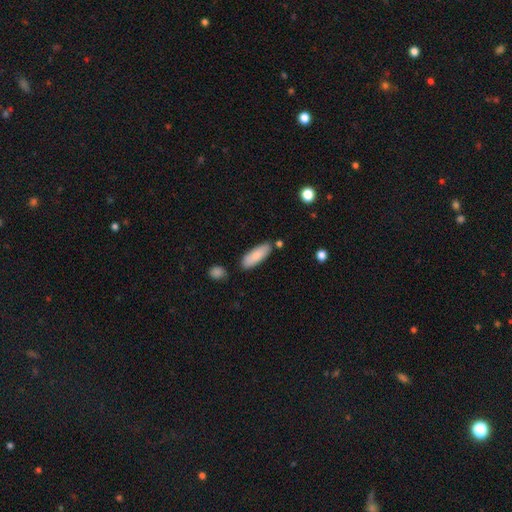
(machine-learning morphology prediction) Smooth or featured? Predicted: smooth (p=0.84). How rounded? Predicted: in between (p=0.62). Merging? Predicted: none (p=0.79).